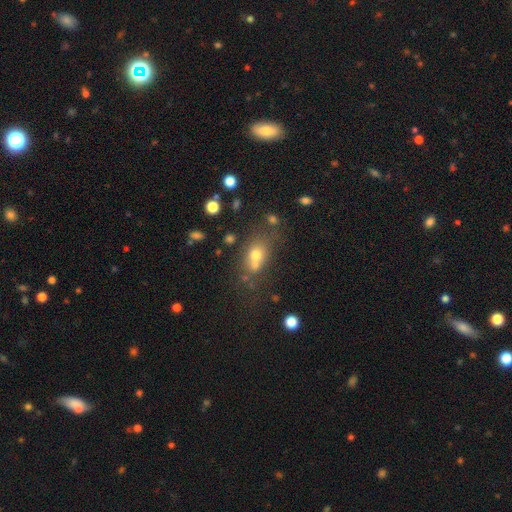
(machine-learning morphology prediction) A smooth galaxy with no disk features (64%) that is in between round and cigar-shaped (58%).

Vote fractions:
- Smooth or featured? smooth: 64% / featured or disk: 18% / star or artifact: 18%
- How rounded? in between: 58% / round: 39% / cigar-shaped: 3%
- Merging? none: 43% / merger: 34% / minor disturbance: 15% / major disturbance: 8%